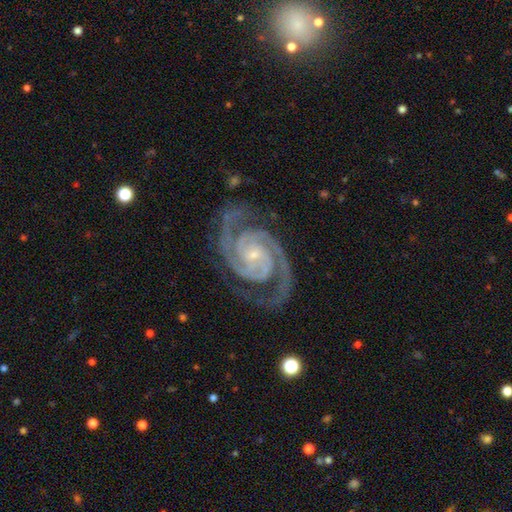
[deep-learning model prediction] smooth-or-featured: featured or disk: 94% | star or artifact: 4% | smooth: 2%
  disk-edge-on: no: 98% | yes: 2%
    bar: no: 57% | weak: 28% | strong: 16%
    has-spiral-arms: yes: 99% | no: 1%
      spiral-winding: tight: 69% | medium: 28% | loose: 3%
      spiral-arm-count: 2: 88% | 3: 6% | can't tell: 2% | 4: 2% | more than 4: 1% | 1: 1%
    bulge-size: small: 76% | moderate: 19% | none: 3% | large: 1% | dominant: 1%
  merging: none: 81% | minor disturbance: 13% | major disturbance: 4% | merger: 1%